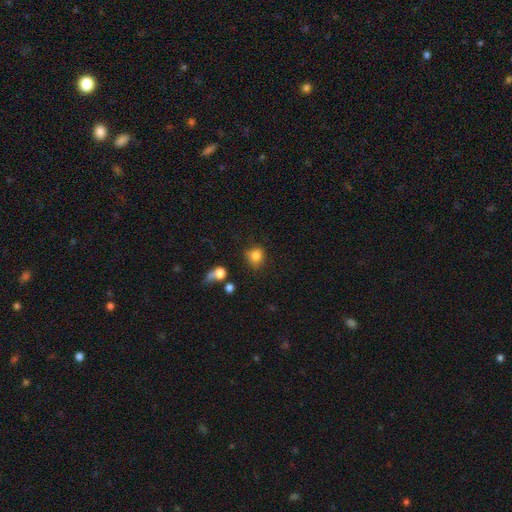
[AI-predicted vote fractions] Morphology: type=smooth (82%); roundness=round (76%); merging=none (65%).